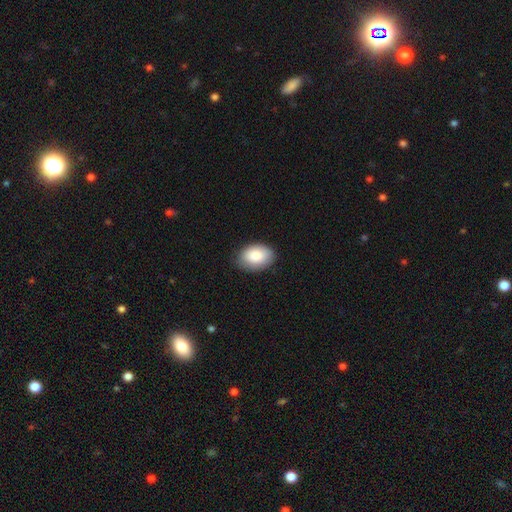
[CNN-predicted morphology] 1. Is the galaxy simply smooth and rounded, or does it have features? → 87% smooth, 7% featured or disk, 6% star or artifact.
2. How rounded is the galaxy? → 88% in between, 11% round, 1% cigar-shaped.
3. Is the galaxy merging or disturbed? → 81% none, 15% minor disturbance, 3% major disturbance, 1% merger.